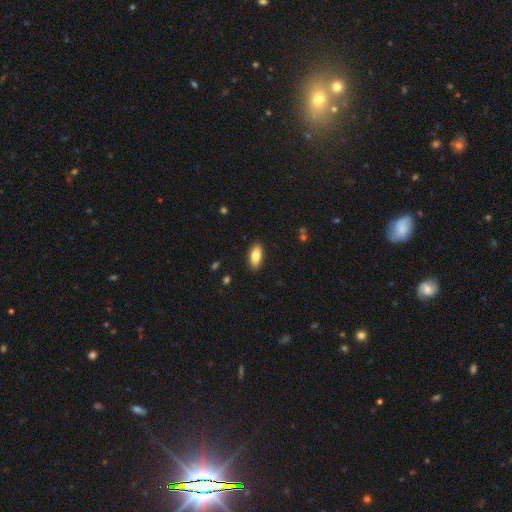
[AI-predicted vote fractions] This is clearly a smooth galaxy (81%). How rounded: clearly in between (87%). Merging: clearly none (88%).